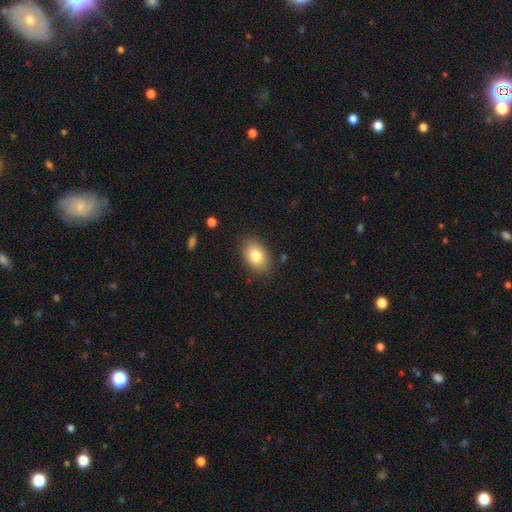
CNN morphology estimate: A smooth galaxy with no disk features (81%) that is in between round and cigar-shaped (88%).

Vote fractions:
- Smooth or featured? smooth: 81% / featured or disk: 12% / star or artifact: 8%
- How rounded? in between: 88% / round: 10% / cigar-shaped: 1%
- Merging? none: 85% / minor disturbance: 11% / major disturbance: 3% / merger: 1%